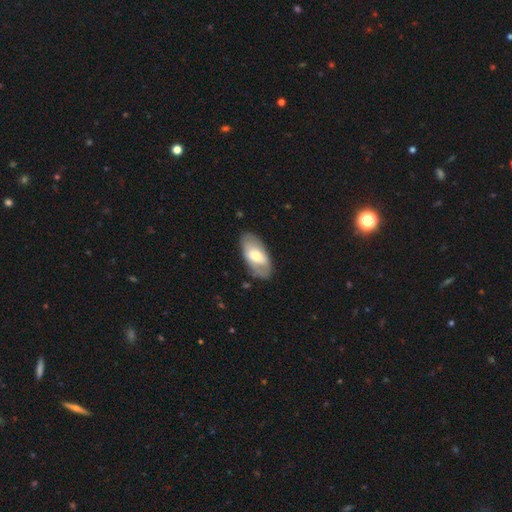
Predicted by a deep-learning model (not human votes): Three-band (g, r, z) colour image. It shows a smooth galaxy with no disk features (54%) that is in between round and cigar-shaped (93%). Merging: none (78%).